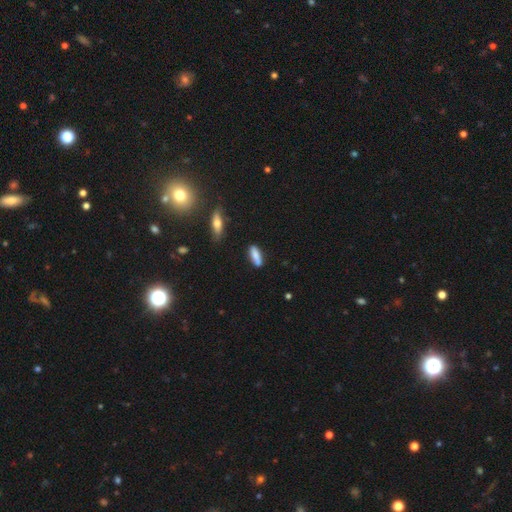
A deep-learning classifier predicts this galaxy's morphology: Smooth or featured? Predicted: smooth (p=0.79). How rounded? Predicted: in between (p=0.52). Merging? Predicted: none (p=0.78).